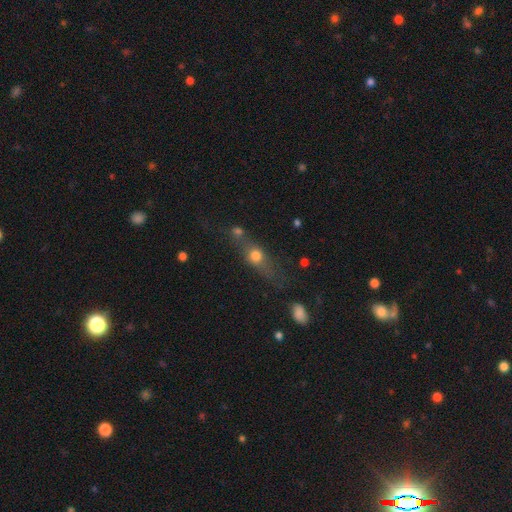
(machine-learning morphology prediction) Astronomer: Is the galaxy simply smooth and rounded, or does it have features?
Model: smooth — 57%.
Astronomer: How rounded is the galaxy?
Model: in between — 34% (runner-up: round, 33%).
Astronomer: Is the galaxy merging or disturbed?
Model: none — 47%.